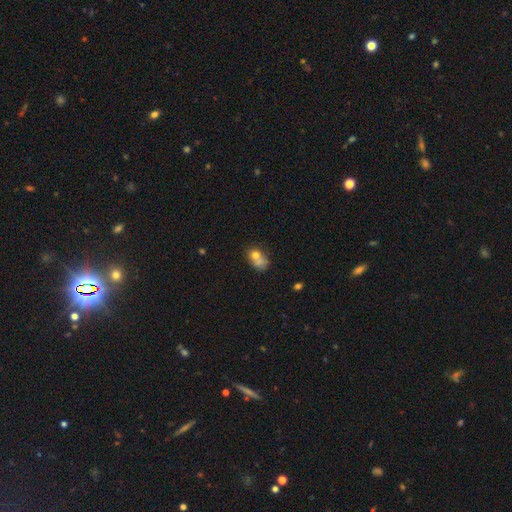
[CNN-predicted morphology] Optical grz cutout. It shows a smooth galaxy with no disk features (68%) that is in between round and cigar-shaped (55%). Merging: merger (44%).